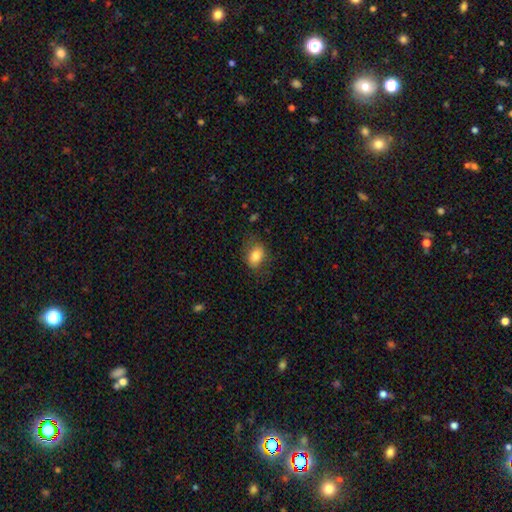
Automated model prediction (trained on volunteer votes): A smooth galaxy with no disk features (82%) that is in between round and cigar-shaped (78%).

Vote fractions:
- Smooth or featured? smooth: 82% / featured or disk: 10% / star or artifact: 8%
- How rounded? in between: 78% / round: 21% / cigar-shaped: 1%
- Merging? none: 71% / minor disturbance: 20% / major disturbance: 8% / merger: 1%